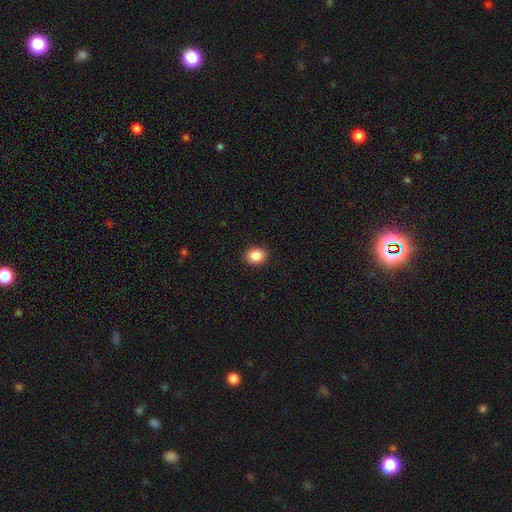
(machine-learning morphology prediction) smooth-or-featured: smooth: 86% | star or artifact: 9% | featured or disk: 5%
  how-rounded: in between: 51% | round: 48% | cigar-shaped: 1%
  merging: none: 91% | minor disturbance: 7% | major disturbance: 2% | merger: 1%